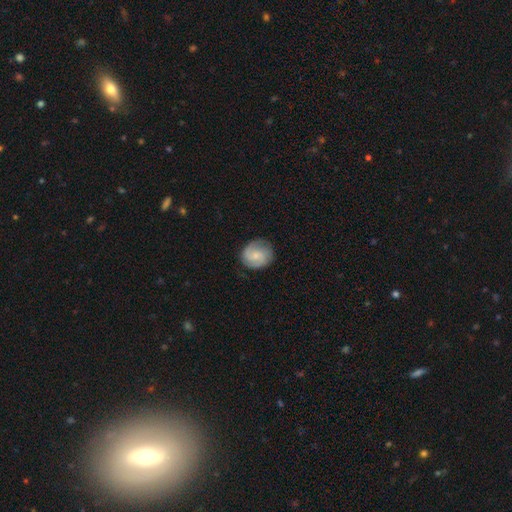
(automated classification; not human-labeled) smooth_or_featured: featured or disk (p=0.51) [alt: smooth p=0.43]
disk_edge_on: no (p=0.98) [alt: yes p=0.02]
merging: none (p=0.79) [alt: minor disturbance p=0.15]